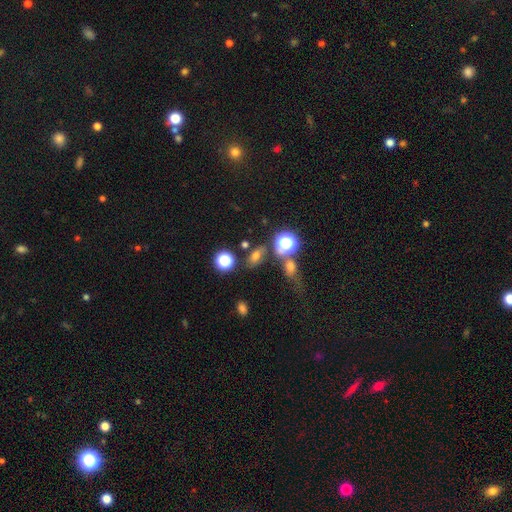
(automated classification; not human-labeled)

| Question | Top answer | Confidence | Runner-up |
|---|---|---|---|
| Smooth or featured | smooth | 61% | star or artifact (24%) |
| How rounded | in between | 74% | round (20%) |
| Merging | none | 71% | minor disturbance (13%) |